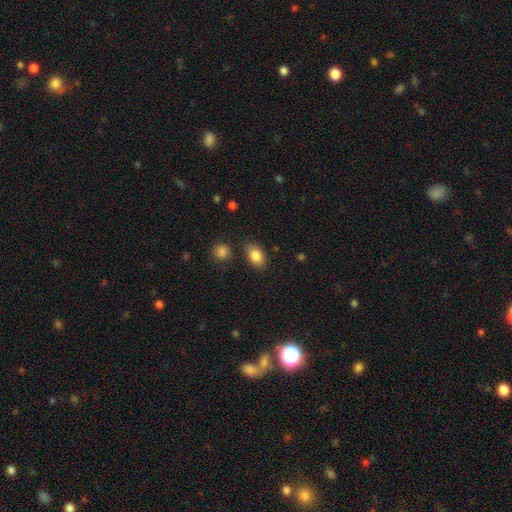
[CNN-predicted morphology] Smooth or featured? Predicted: smooth (p=0.86). How rounded? Predicted: in between (p=0.86). Merging? Predicted: none (p=0.82).